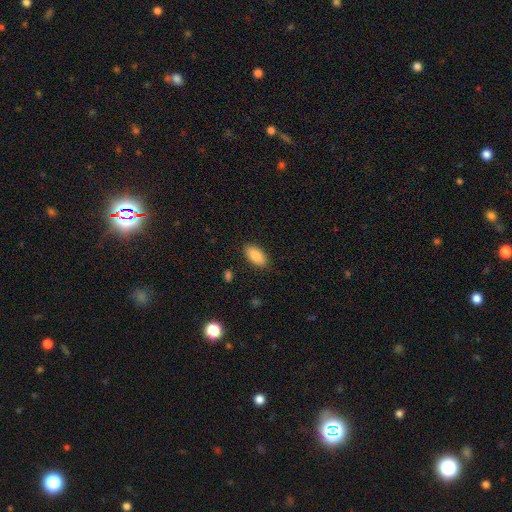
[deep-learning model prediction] smooth-or-featured: smooth: 87% | star or artifact: 7% | featured or disk: 7%
  how-rounded: in between: 93% | cigar-shaped: 4% | round: 3%
  merging: none: 87% | minor disturbance: 9% | major disturbance: 2% | merger: 1%